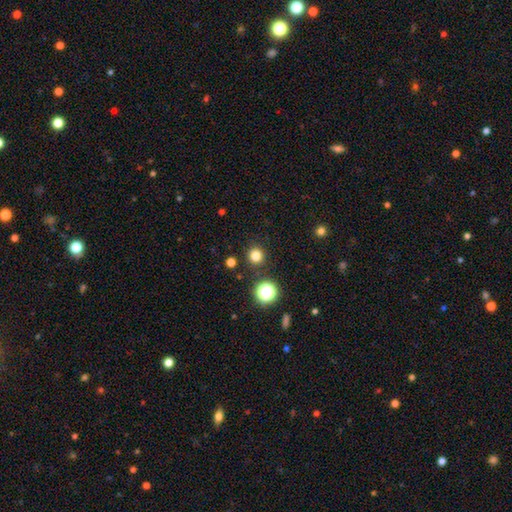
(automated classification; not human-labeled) smooth-or-featured: smooth: 79% | star or artifact: 16% | featured or disk: 5%
  how-rounded: round: 94% | in between: 5% | cigar-shaped: 1%
  merging: none: 91% | minor disturbance: 5% | major disturbance: 2% | merger: 2%